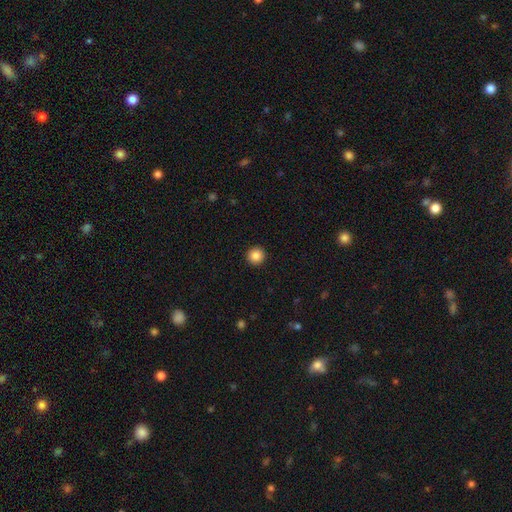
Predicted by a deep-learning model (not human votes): Smooth or featured?
  - smooth: 86% *
  - star or artifact: 10%
  - featured or disk: 4%
How rounded?
  - round: 95% *
  - in between: 4%
  - cigar-shaped: 1%
Merging?
  - none: 93% *
  - minor disturbance: 4%
  - major disturbance: 2%
  - merger: 1%